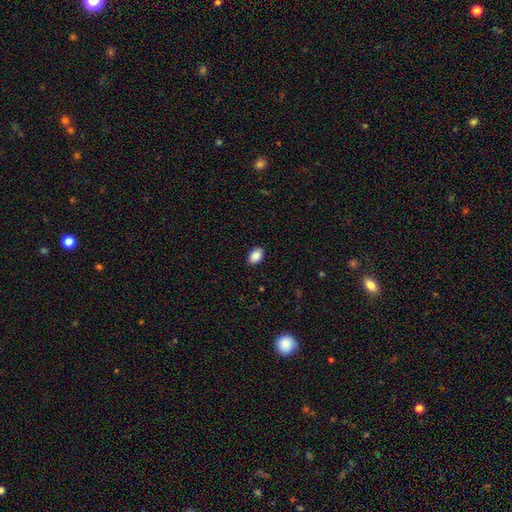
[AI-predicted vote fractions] Smooth or featured: smooth — 86% (star or artifact — 8%)
How rounded: in between — 88% (round — 10%)
Merging: none — 90% (minor disturbance — 8%)